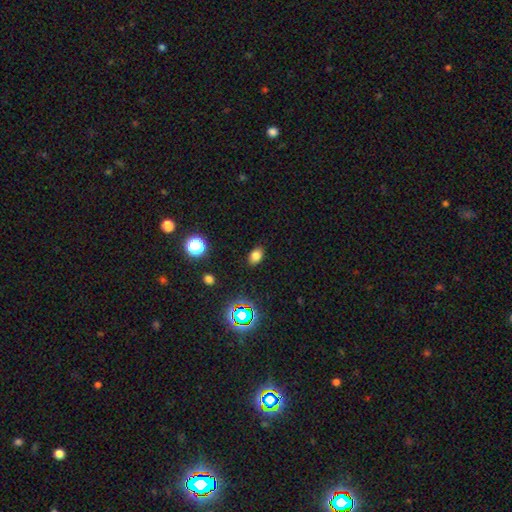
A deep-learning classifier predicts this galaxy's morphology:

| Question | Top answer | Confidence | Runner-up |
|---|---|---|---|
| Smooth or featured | smooth | 77% | star or artifact (16%) |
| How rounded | in between | 78% | round (20%) |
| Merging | none | 88% | minor disturbance (8%) |